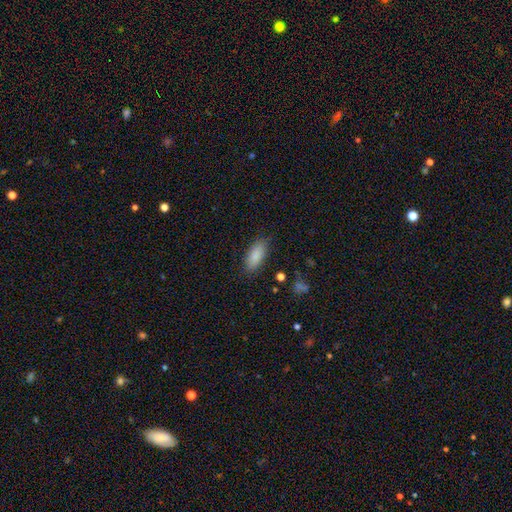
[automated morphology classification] smooth_or_featured: smooth (p=0.86) [alt: featured or disk p=0.07]
how_rounded: in between (p=0.85) [alt: cigar-shaped p=0.13]
merging: none (p=0.83) [alt: minor disturbance p=0.12]